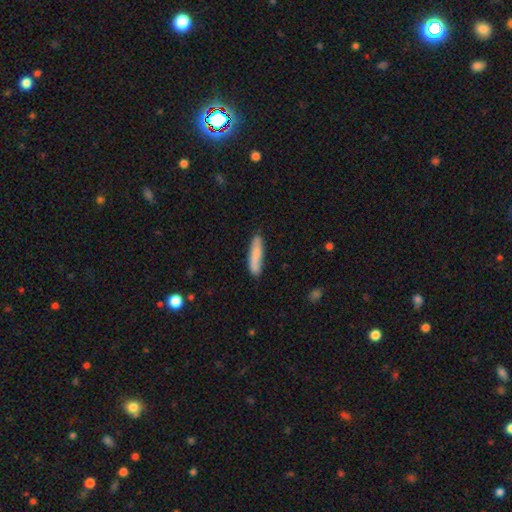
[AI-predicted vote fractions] smooth 80%, featured or disk 14%, star or artifact 6%. Down the decision tree: how rounded — cigar-shaped (84%); merging — none (82%).